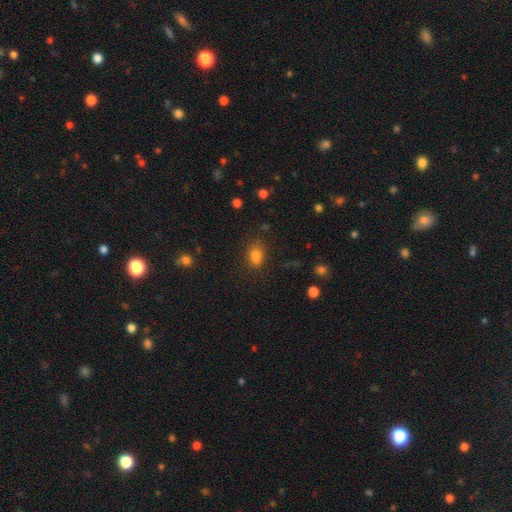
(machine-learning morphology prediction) Overall: smooth (78%). How rounded: in between (62%; round 36%). Merging: none (59%).